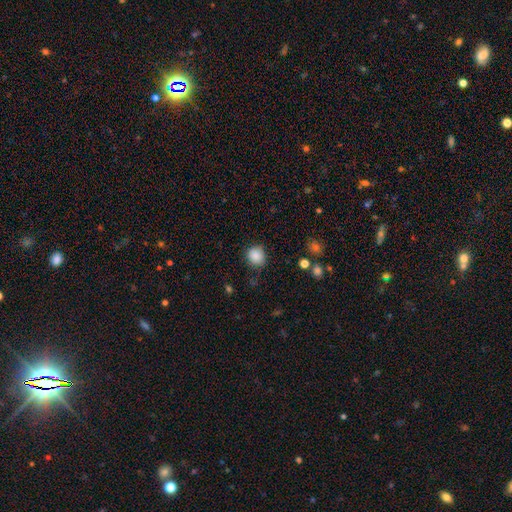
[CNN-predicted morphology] Smooth or featured? smooth (86%)
How rounded? round (85%)
Merging? none (80%)